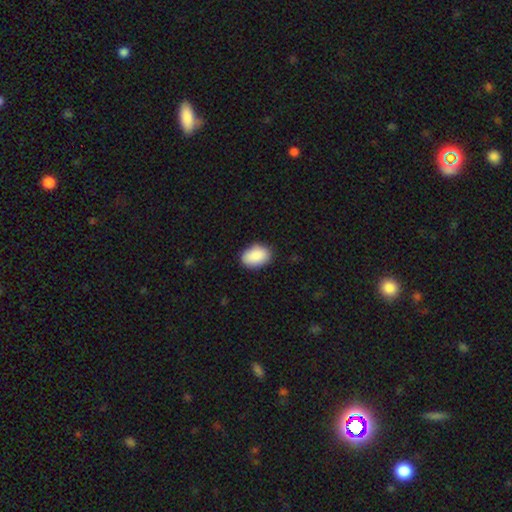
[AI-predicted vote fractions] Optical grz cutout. It shows a smooth galaxy with no disk features (90%) that is in between round and cigar-shaped (89%). Merging: none (85%).